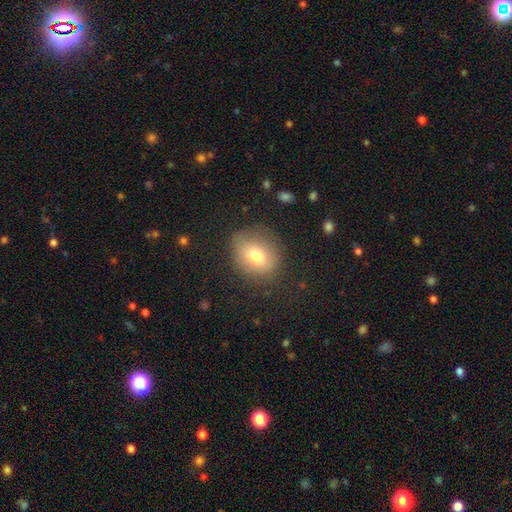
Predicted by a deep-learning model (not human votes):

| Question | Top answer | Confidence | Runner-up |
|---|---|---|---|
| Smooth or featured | smooth | 74% | featured or disk (17%) |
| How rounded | round | 62% | in between (37%) |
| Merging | none | 75% | minor disturbance (17%) |